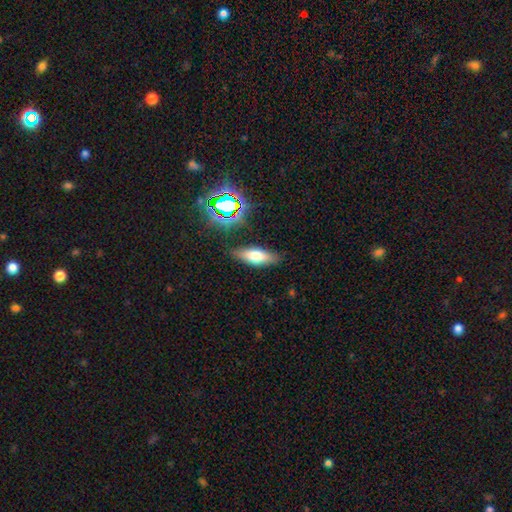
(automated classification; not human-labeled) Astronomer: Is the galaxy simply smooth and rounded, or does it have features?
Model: smooth — 63%.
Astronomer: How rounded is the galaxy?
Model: in between — 63%.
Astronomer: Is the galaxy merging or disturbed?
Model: none — 84%.